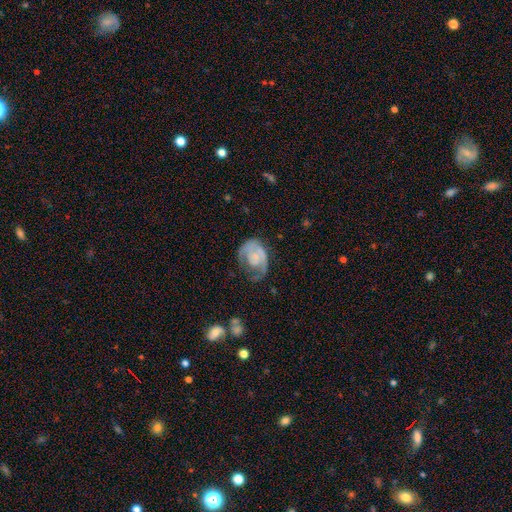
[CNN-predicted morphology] Q: Smooth or featured?
A: featured or disk (63%); runner-up: smooth (30%)
Q: Edge-on disk?
A: no (98%); runner-up: yes (2%)
Q: Bar?
A: no (77%); runner-up: weak (20%)
Q: Spiral arms?
A: yes (77%); runner-up: no (23%)
Q: Bulge size?
A: small (46%); runner-up: none (28%)
Q: Merging?
A: major disturbance (35%); runner-up: none (34%)